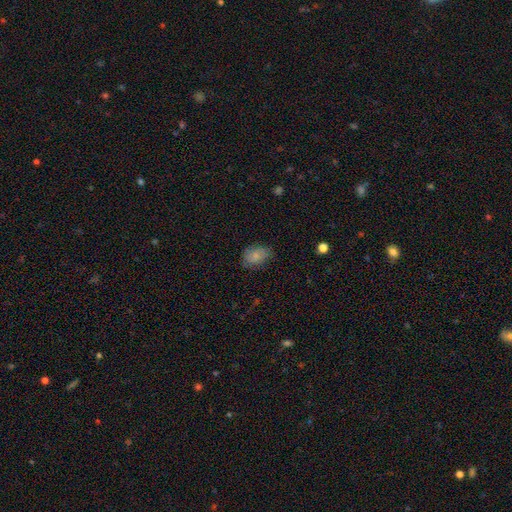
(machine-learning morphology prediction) A smooth galaxy with no disk features (81%) that is in between round and cigar-shaped (81%).

Vote fractions:
- Smooth or featured? smooth: 81% / featured or disk: 10% / star or artifact: 8%
- How rounded? in between: 81% / round: 18% / cigar-shaped: 1%
- Merging? none: 72% / minor disturbance: 21% / major disturbance: 5% / merger: 1%